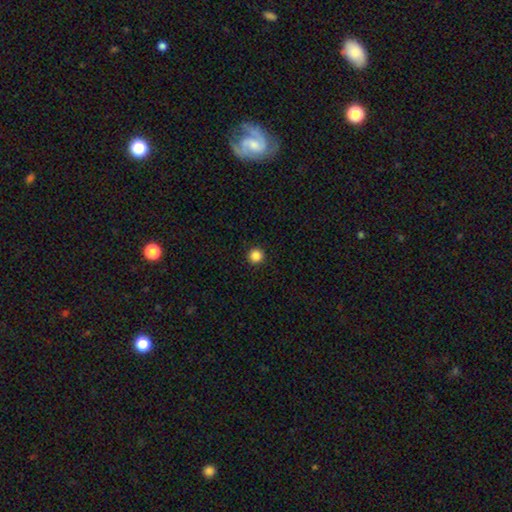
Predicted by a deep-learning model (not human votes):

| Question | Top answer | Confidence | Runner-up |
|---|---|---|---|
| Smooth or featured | smooth | 86% | star or artifact (11%) |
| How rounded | round | 96% | in between (3%) |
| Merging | none | 94% | minor disturbance (4%) |